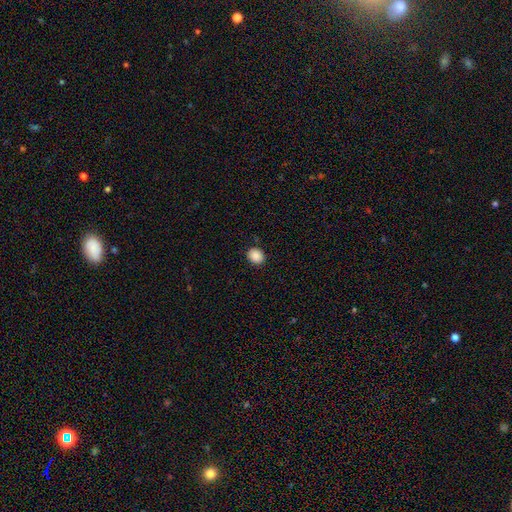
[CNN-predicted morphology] A smooth galaxy with no disk features (88%) that is round (69%).

Vote fractions:
- Smooth or featured? smooth: 88% / star or artifact: 9% / featured or disk: 4%
- How rounded? round: 69% / in between: 30% / cigar-shaped: 1%
- Merging? none: 90% / minor disturbance: 7% / major disturbance: 2% / merger: 1%